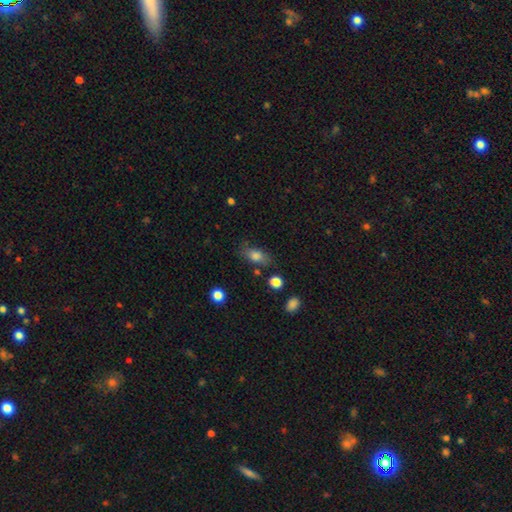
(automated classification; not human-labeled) smooth 79%, featured or disk 11%, star or artifact 9%. Down the decision tree: how rounded — in between (84%); merging — none (71%).